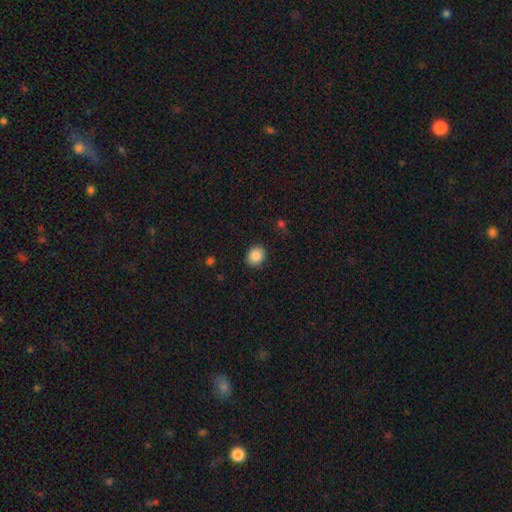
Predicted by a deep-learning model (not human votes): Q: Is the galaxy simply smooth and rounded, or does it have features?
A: smooth — 86%.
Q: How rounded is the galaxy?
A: round — 58%.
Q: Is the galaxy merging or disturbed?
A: none — 89%.